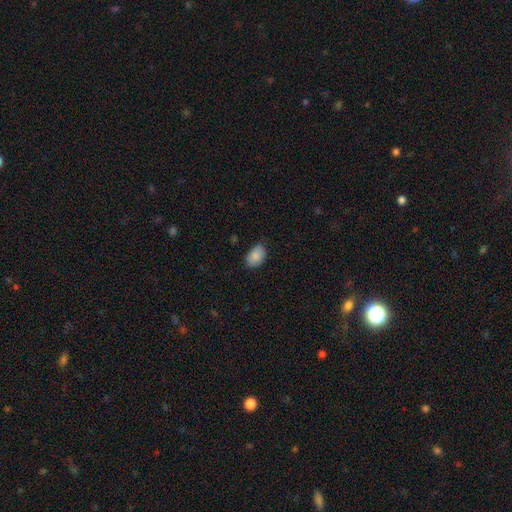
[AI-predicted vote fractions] Smooth or featured? smooth (86%)
How rounded? in between (87%)
Merging? none (77%)